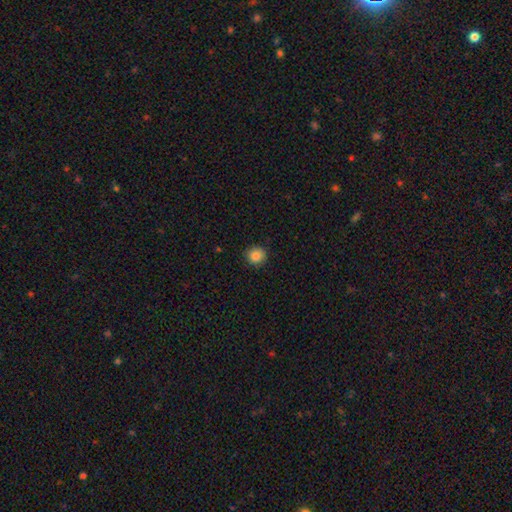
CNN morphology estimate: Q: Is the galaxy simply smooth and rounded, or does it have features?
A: smooth — 86%.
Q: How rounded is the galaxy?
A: round — 91%.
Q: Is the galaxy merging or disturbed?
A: none — 90%.